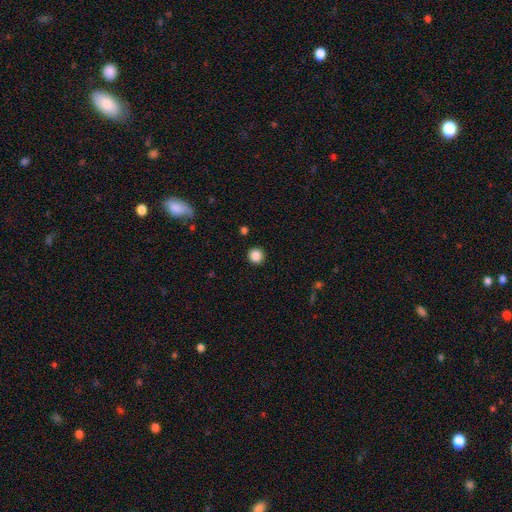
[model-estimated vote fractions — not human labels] smooth-or-featured: smooth: 86% | star or artifact: 10% | featured or disk: 3%
  how-rounded: round: 95% | in between: 4% | cigar-shaped: 1%
  merging: none: 93% | minor disturbance: 5% | major disturbance: 2% | merger: 1%